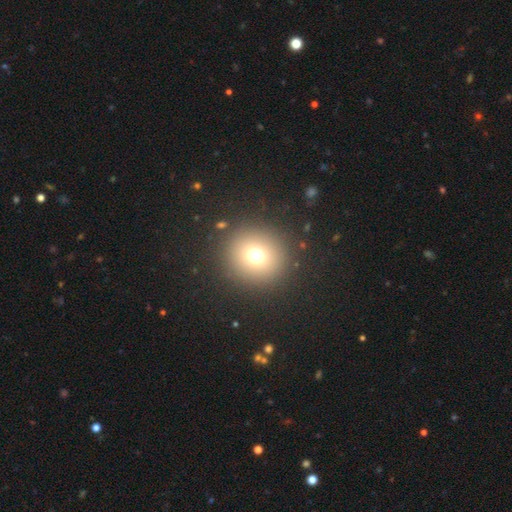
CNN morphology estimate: Q: Smooth or featured?
A: smooth (70%); runner-up: star or artifact (19%)
Q: How rounded?
A: round (92%); runner-up: in between (7%)
Q: Merging?
A: none (88%); runner-up: minor disturbance (6%)